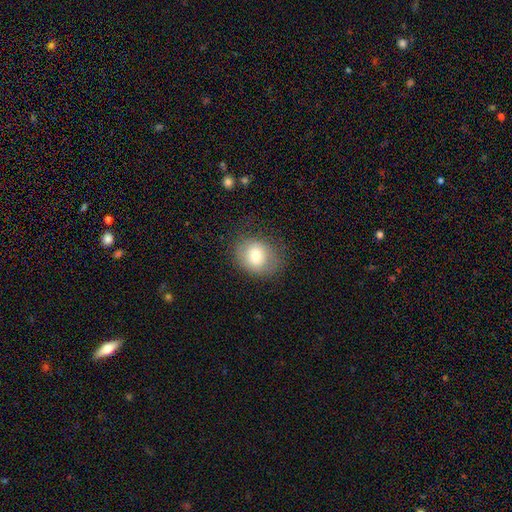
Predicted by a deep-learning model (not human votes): A smooth galaxy with no disk features (73%) that is round (57%). Merging: none (71%).